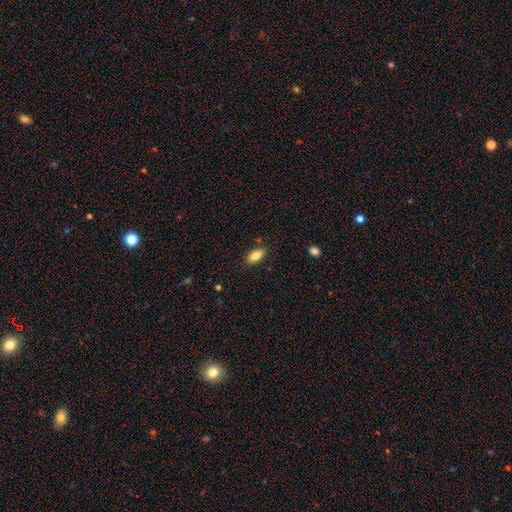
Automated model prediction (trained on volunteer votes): A smooth galaxy with no disk features (85%) that is in between round and cigar-shaped (91%). Merging: none (86%).